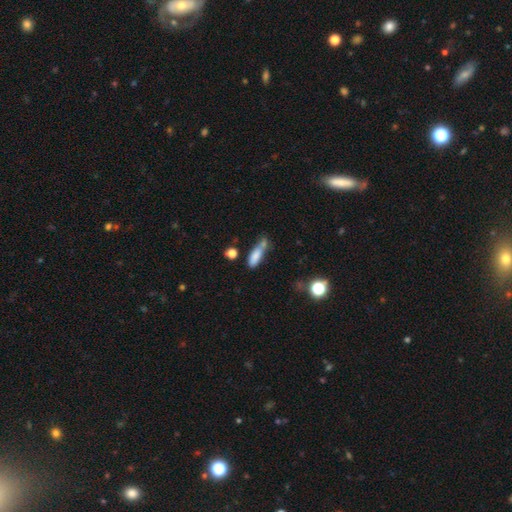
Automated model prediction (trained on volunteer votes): A smooth galaxy with no disk features (78%) that is cigar-shaped (51%).

Vote fractions:
- Smooth or featured? smooth: 78% / featured or disk: 12% / star or artifact: 9%
- How rounded? cigar-shaped: 51% / in between: 47% / round: 3%
- Merging? none: 41% / minor disturbance: 27% / merger: 21% / major disturbance: 11%